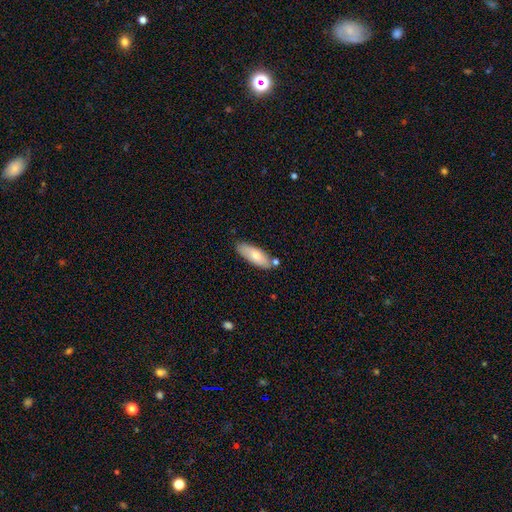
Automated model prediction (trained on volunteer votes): A smooth galaxy with no disk features (73%) that is in between round and cigar-shaped (65%).

Vote fractions:
- Smooth or featured? smooth: 73% / featured or disk: 20% / star or artifact: 6%
- How rounded? in between: 65% / cigar-shaped: 34% / round: 2%
- Merging? none: 75% / minor disturbance: 15% / merger: 8% / major disturbance: 3%